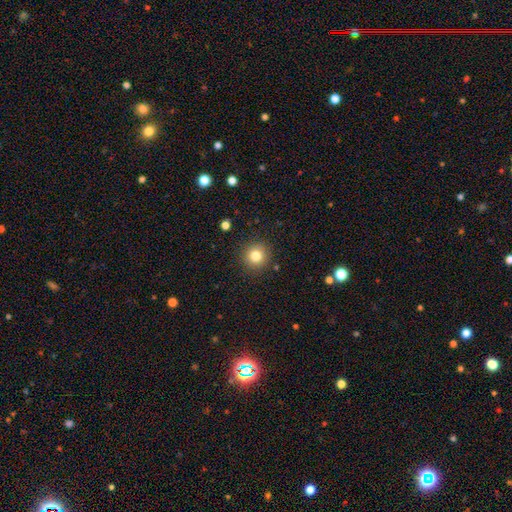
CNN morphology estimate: Q: Smooth or featured?
A: smooth (81%); runner-up: star or artifact (12%)
Q: How rounded?
A: round (94%); runner-up: in between (5%)
Q: Merging?
A: none (90%); runner-up: minor disturbance (6%)